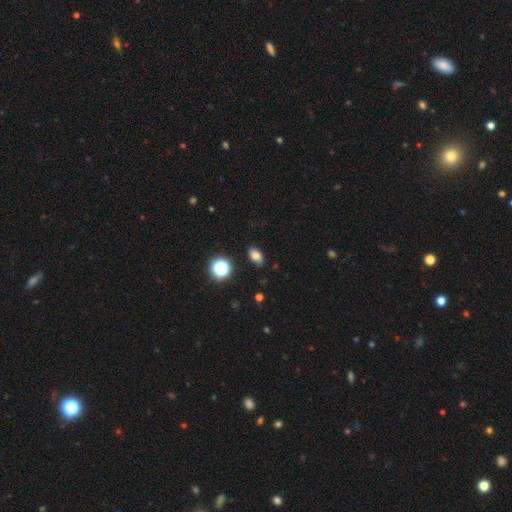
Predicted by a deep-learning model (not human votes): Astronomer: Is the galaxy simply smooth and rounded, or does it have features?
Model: smooth — 75%.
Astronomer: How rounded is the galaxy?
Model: in between — 85%.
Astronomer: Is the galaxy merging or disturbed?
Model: none — 85%.